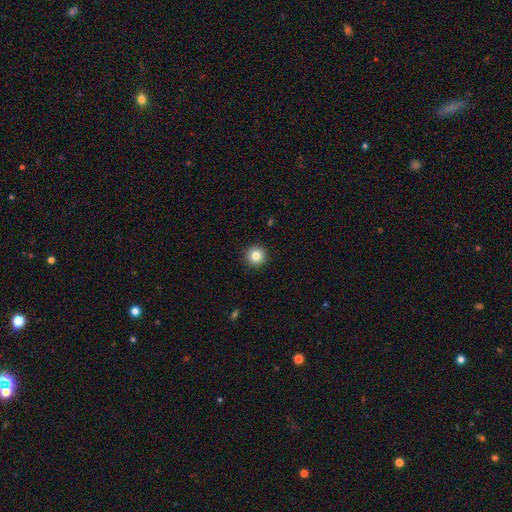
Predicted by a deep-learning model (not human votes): Smooth or featured: smooth — 83% (star or artifact — 10%)
How rounded: round — 96% (in between — 3%)
Merging: none — 93% (minor disturbance — 4%)